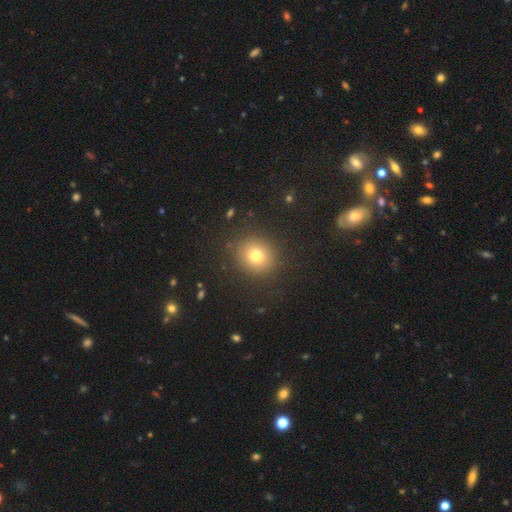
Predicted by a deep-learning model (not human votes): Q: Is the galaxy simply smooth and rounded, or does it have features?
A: smooth — 74%.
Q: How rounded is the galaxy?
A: round — 83%.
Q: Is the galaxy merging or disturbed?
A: none — 89%.